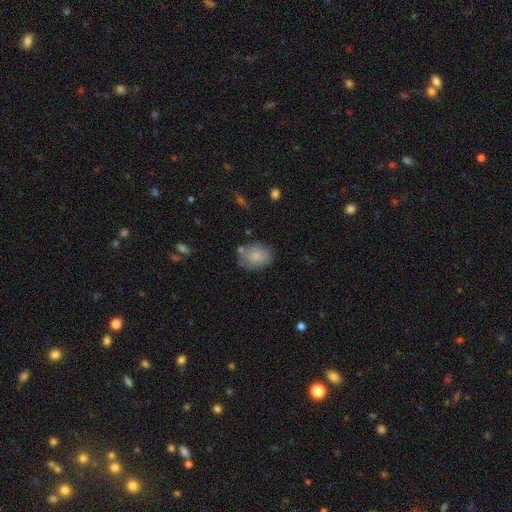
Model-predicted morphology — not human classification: smooth-or-featured: smooth: 79% | featured or disk: 13% | star or artifact: 8%
  how-rounded: in between: 62% | round: 37% | cigar-shaped: 1%
  merging: none: 63% | minor disturbance: 22% | merger: 8% | major disturbance: 6%